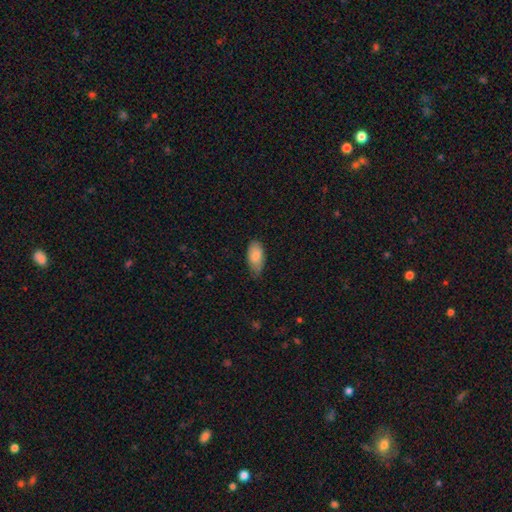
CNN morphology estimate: Smooth or featured? Predicted: smooth (p=0.83). How rounded? Predicted: in between (p=0.92). Merging? Predicted: none (p=0.59).